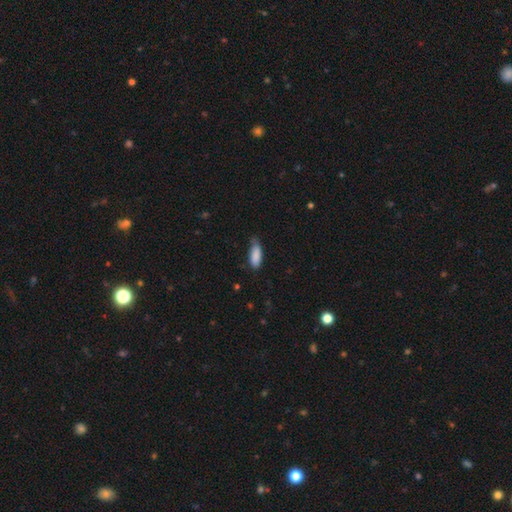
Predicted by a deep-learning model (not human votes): A smooth galaxy with no disk features (88%) that is in between round and cigar-shaped (74%).

Vote fractions:
- Smooth or featured? smooth: 88% / star or artifact: 6% / featured or disk: 6%
- How rounded? in between: 74% / cigar-shaped: 24% / round: 2%
- Merging? none: 58% / minor disturbance: 34% / major disturbance: 6% / merger: 2%